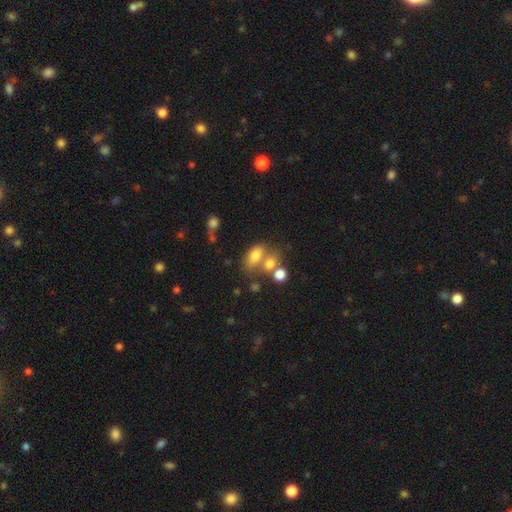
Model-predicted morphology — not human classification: smooth_or_featured: smooth (p=0.74) [alt: featured or disk p=0.14]
how_rounded: in between (p=0.84) [alt: round p=0.11]
merging: none (p=0.39) [tied with: merger p=0.39]